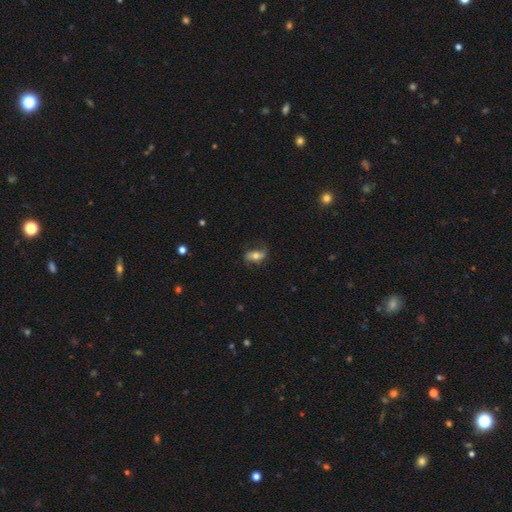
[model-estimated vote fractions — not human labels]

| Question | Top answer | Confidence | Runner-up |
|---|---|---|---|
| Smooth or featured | smooth | 48% | featured or disk (43%) |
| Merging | none | 60% | minor disturbance (25%) |